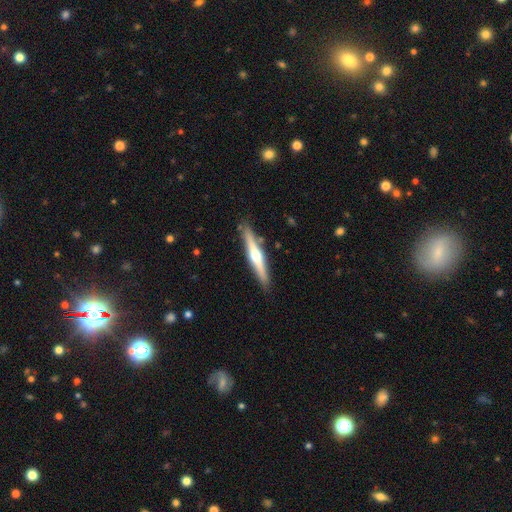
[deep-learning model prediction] This appears to be a featured or disk galaxy (65%) viewed edge-on (97%) with a rounded central bulge (91%). Merging: none (87%).